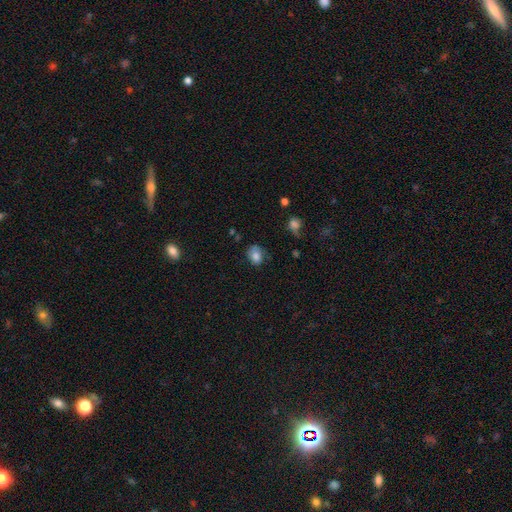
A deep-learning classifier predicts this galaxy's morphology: Smooth or featured?
  - smooth: 77% *
  - featured or disk: 14%
  - star or artifact: 10%
How rounded?
  - in between: 64% *
  - round: 35%
  - cigar-shaped: 1%
Merging?
  - none: 58% *
  - minor disturbance: 29%
  - major disturbance: 10%
  - merger: 2%